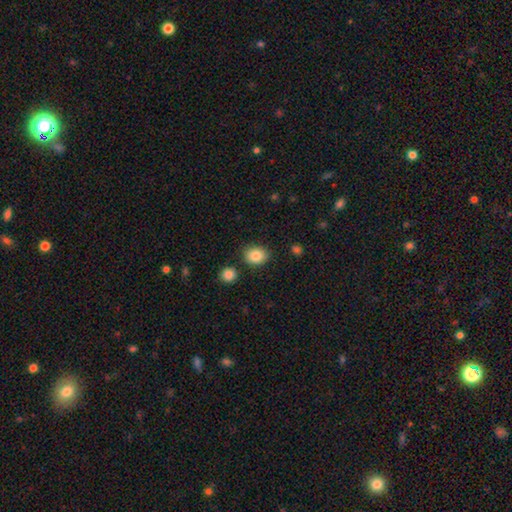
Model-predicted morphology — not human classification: type=smooth (85%); roundness=round (53%); merging=none (83%).